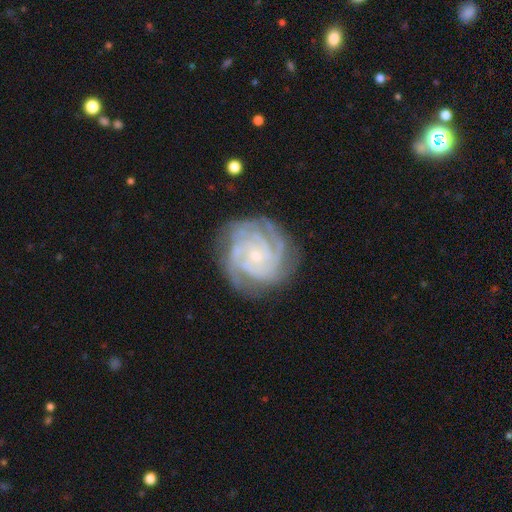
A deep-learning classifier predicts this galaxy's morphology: A featured or disk galaxy (89%) with no bar (71%), 3 (29%) tight (78%) spiral arms (98%) and a small central bulge (78%).

Vote fractions:
- Smooth or featured? featured or disk: 89% / star or artifact: 6% / smooth: 5%
- Edge-on disk? no: 98% / yes: 2%
- Bar? no: 71% / weak: 22% / strong: 7%
- Spiral arms? yes: 98% / no: 2%
- Spiral winding? tight: 78% / medium: 20% / loose: 3%
- Spiral arm count? 3: 29% / 4: 26% / can't tell: 19% / 2: 12% / more than 4: 8% / 1: 6%
- Bulge size? small: 78% / moderate: 16% / none: 3% / large: 1% / dominant: 1%
- Merging? none: 77% / minor disturbance: 16% / major disturbance: 6% / merger: 2%